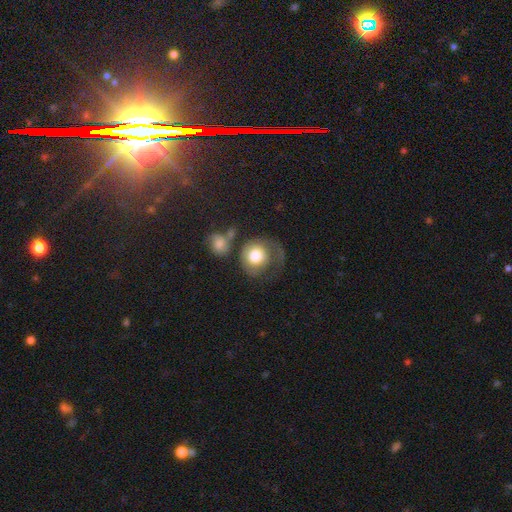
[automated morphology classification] This appears to be a smooth galaxy with no disk features (65%) that is round (81%). Merging: major disturbance (34%).